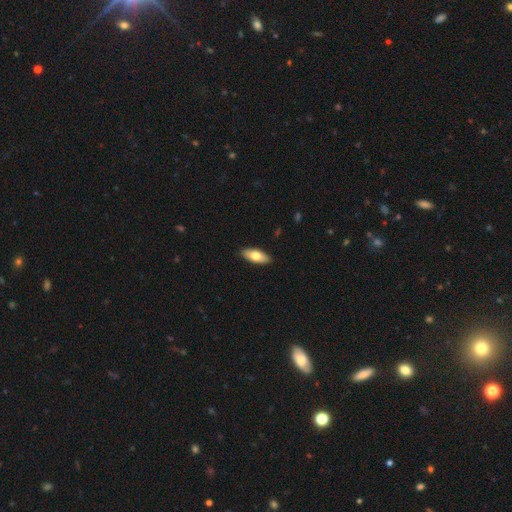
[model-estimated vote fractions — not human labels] A smooth galaxy with no disk features (72%) that is in between round and cigar-shaped (80%).

Vote fractions:
- Smooth or featured? smooth: 72% / featured or disk: 22% / star or artifact: 6%
- How rounded? in between: 80% / cigar-shaped: 17% / round: 2%
- Merging? none: 90% / minor disturbance: 8% / major disturbance: 2% / merger: 1%